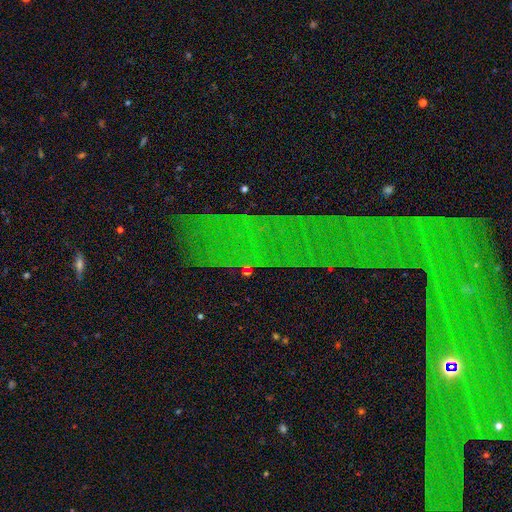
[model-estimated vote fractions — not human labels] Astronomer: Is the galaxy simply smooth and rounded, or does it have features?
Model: star or artifact — 68%.